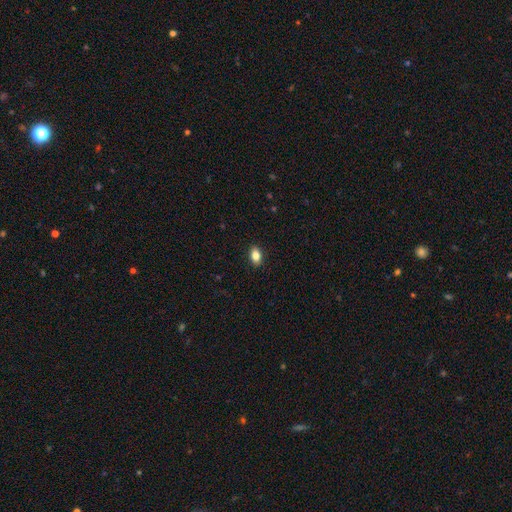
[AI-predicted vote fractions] Morphology: type=smooth (84%); roundness=in between (87%); merging=none (89%).